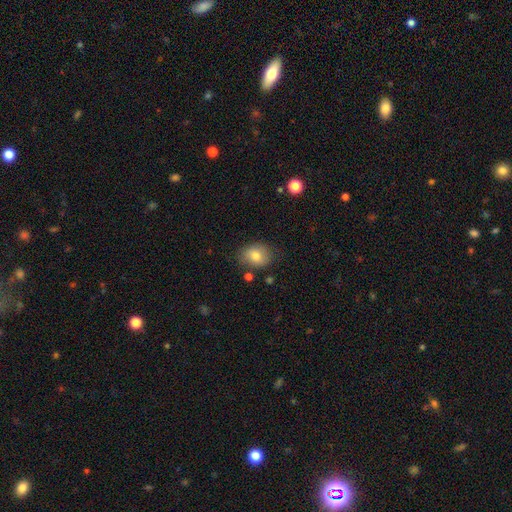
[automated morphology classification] smooth_or_featured: smooth (p=0.78) [alt: featured or disk p=0.13]
how_rounded: in between (p=0.54) [alt: round p=0.45]
merging: none (p=0.77) [alt: minor disturbance p=0.16]